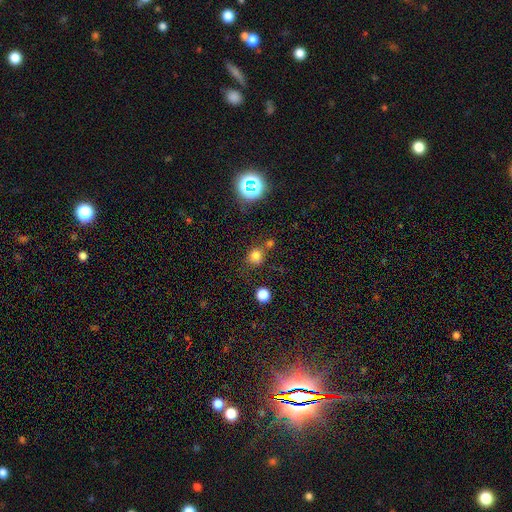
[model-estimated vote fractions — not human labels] Overall: smooth (76%). How rounded: round (80%). Merging: none (67%).